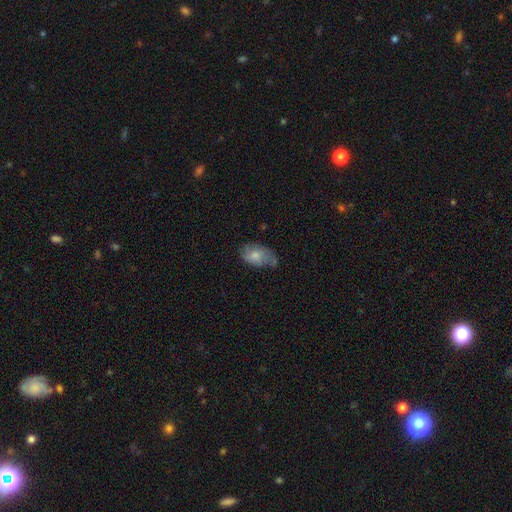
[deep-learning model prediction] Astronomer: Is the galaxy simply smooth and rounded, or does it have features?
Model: smooth — 71%.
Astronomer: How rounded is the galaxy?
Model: in between — 91%.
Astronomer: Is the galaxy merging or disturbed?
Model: none — 46% (runner-up: minor disturbance, 36%).